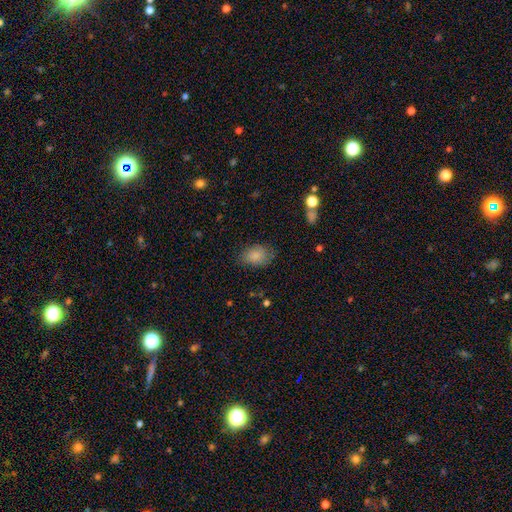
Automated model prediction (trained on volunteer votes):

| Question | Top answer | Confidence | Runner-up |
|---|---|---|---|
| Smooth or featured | smooth | 83% | featured or disk (9%) |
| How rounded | in between | 79% | round (20%) |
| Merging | none | 71% | minor disturbance (22%) |